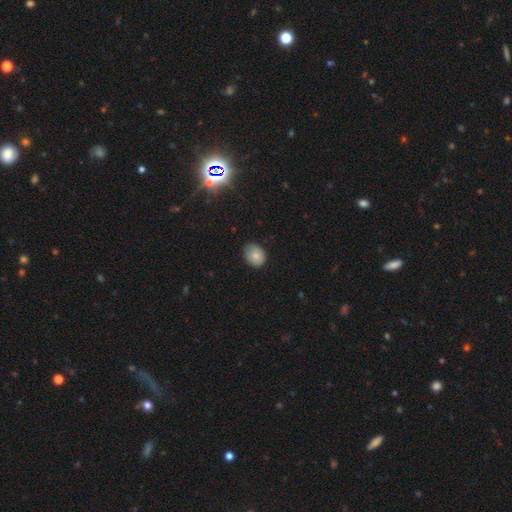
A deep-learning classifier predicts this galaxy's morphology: smooth 80%, featured or disk 11%, star or artifact 10%. Down the decision tree: how rounded — in between (51%); merging — none (70%).